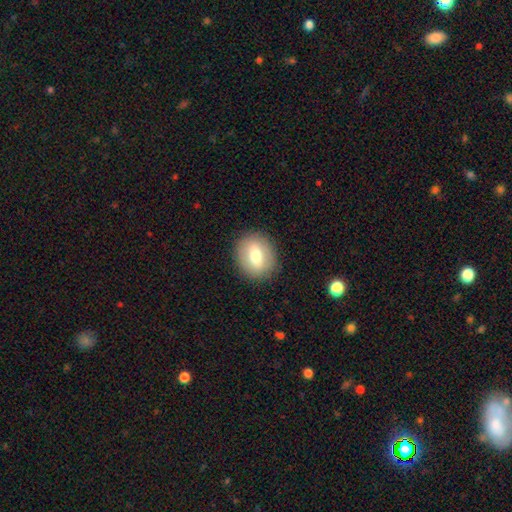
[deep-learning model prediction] This is likely a smooth galaxy (65%). How rounded: possibly round (52%). Merging: clearly none (87%).